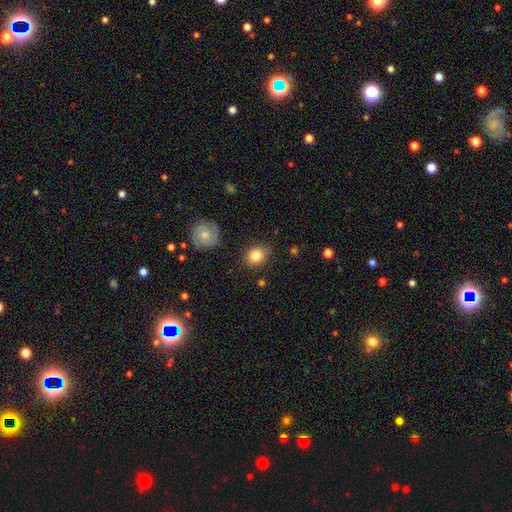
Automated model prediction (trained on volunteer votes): The model was most divided on "how rounded": round: 66%, in between: 33%, cigar-shaped: 1%. More confident: smooth or featured — smooth (83%); merging — none (78%).